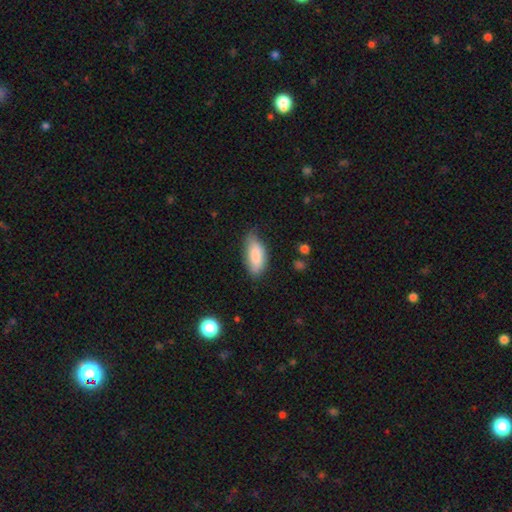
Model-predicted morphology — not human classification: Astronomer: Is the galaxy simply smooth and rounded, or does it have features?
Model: smooth — 84%.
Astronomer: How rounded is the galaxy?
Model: in between — 85%.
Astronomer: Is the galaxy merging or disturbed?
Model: none — 61%.